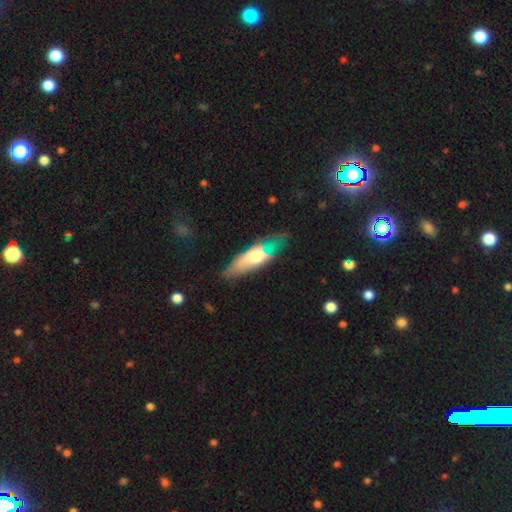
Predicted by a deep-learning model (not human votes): smooth-or-featured: smooth: 48% | featured or disk: 45% | star or artifact: 7%
  merging: none: 57% | minor disturbance: 28% | major disturbance: 12% | merger: 3%